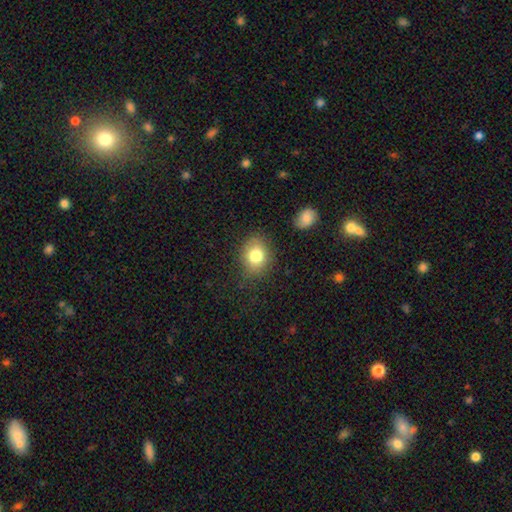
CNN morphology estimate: The model was most divided on "how rounded": round: 54%, in between: 45%, cigar-shaped: 1%. More confident: smooth or featured — smooth (80%); merging — none (78%).